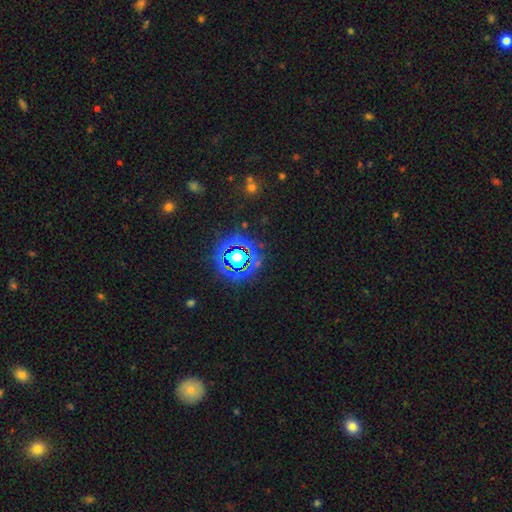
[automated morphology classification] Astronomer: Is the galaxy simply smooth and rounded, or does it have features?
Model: star or artifact — 77%.